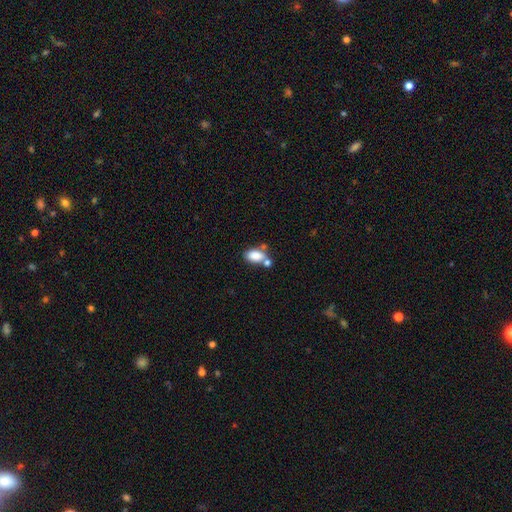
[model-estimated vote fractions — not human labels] Smooth or featured?
  - smooth: 83% *
  - featured or disk: 9%
  - star or artifact: 8%
How rounded?
  - in between: 90% *
  - round: 8%
  - cigar-shaped: 3%
Merging?
  - none: 47% *
  - merger: 34%
  - minor disturbance: 14%
  - major disturbance: 5%